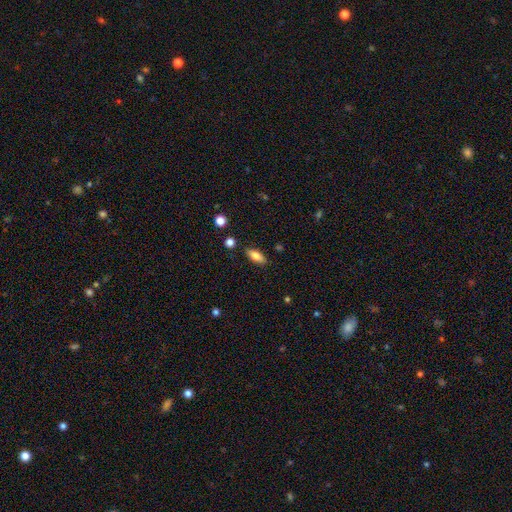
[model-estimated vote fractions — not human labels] The model was most divided on "smooth or featured": smooth: 78%, featured or disk: 14%, star or artifact: 8%. More confident: merging — none (84%); how rounded — in between (81%).